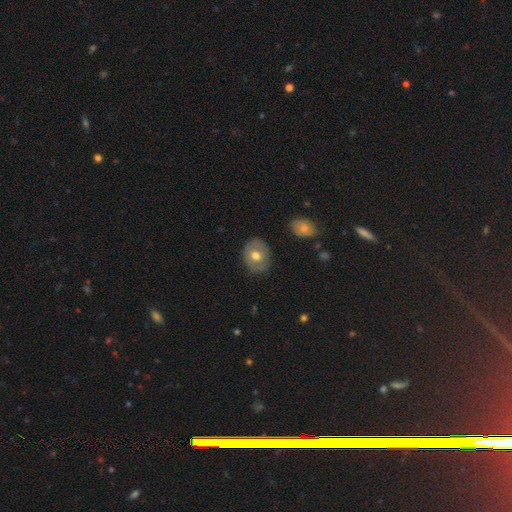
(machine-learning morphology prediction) Smooth or featured: smooth — 59% (featured or disk — 35%)
How rounded: round — 59% (in between — 40%)
Merging: none — 83% (minor disturbance — 12%)